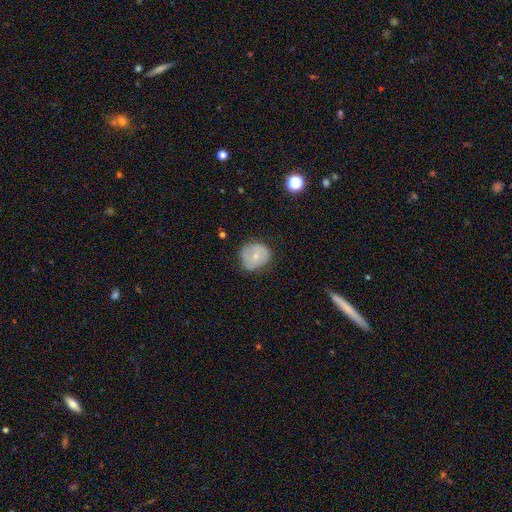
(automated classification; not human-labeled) Overall: smooth (59%; featured or disk 32%). How rounded: round (75%). Merging: none (64%; minor disturbance 27%).